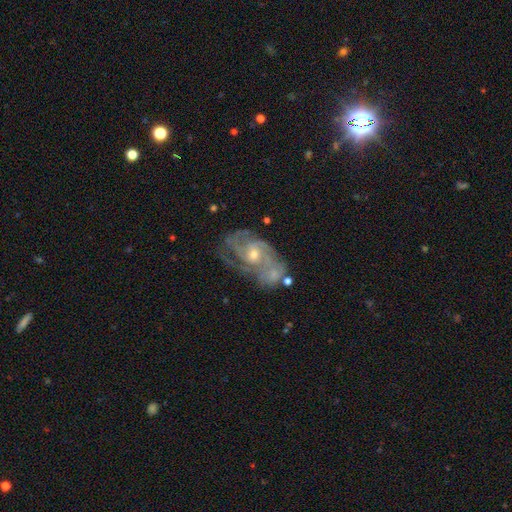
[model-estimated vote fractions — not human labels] Overall: featured or disk (80%). Edge-on disk: no (96%). Bar: no (59%; weak 34%). Spiral arms: yes (90%). Spiral arm count: can't tell (31%; 2 29%). Spiral winding: tight (45%; medium 42%). Bulge size: moderate (49%; small 46%). Merging: none (55%; minor disturbance 20%).